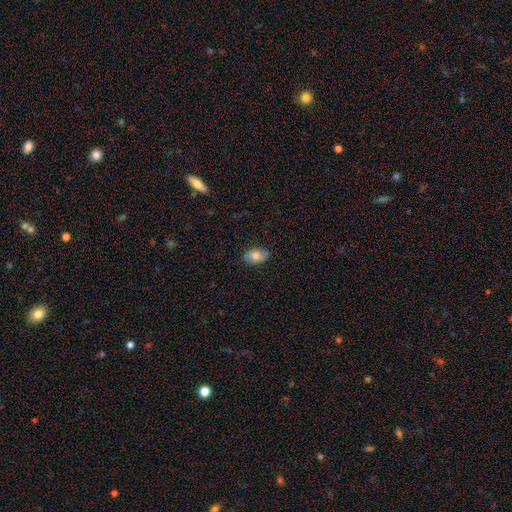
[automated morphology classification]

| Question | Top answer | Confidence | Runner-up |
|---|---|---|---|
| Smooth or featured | smooth | 75% | featured or disk (18%) |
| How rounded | in between | 87% | round (11%) |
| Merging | none | 84% | minor disturbance (13%) |